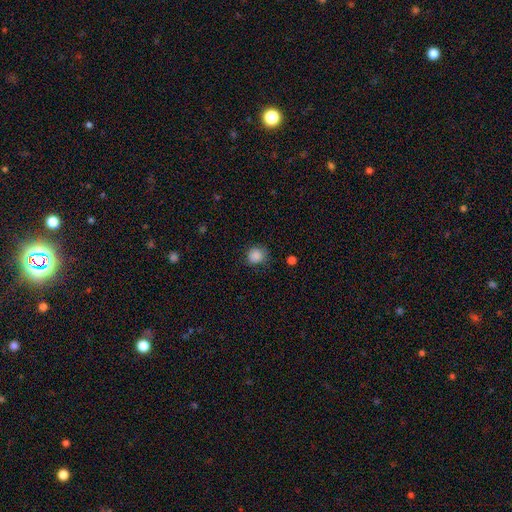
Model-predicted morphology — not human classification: smooth 86%, star or artifact 10%, featured or disk 3%. Down the decision tree: how rounded — round (84%); merging — none (77%).